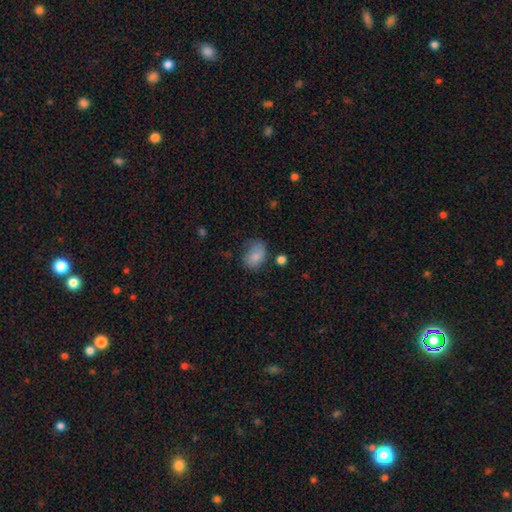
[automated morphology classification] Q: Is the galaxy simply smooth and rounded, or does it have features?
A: smooth — 82%.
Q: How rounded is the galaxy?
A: in between — 74%.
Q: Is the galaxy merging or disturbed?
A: none — 55%.